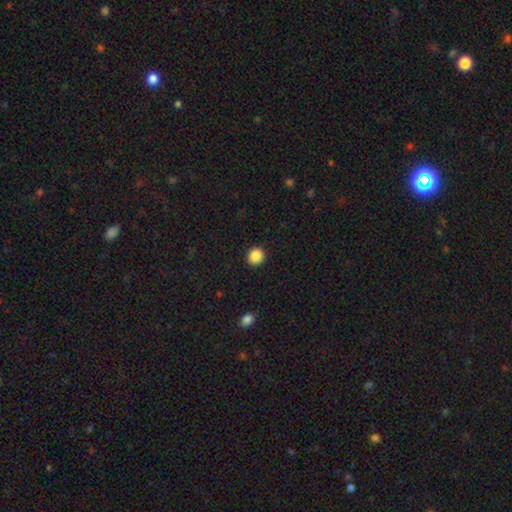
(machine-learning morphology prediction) This appears to be a smooth galaxy with no disk features (88%) that is round (90%). Merging: none (92%).